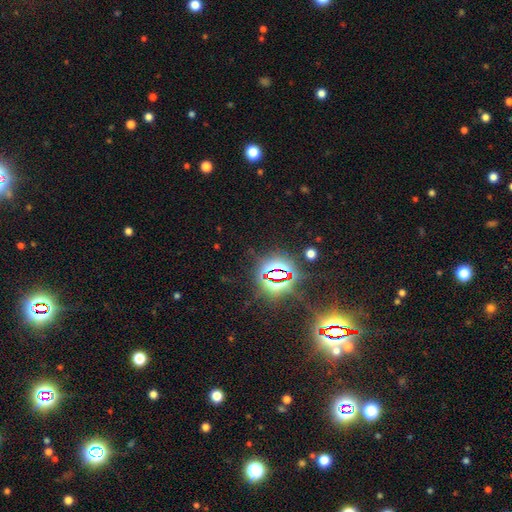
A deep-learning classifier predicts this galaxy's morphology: smooth-or-featured: star or artifact: 83% | smooth: 10% | featured or disk: 7%